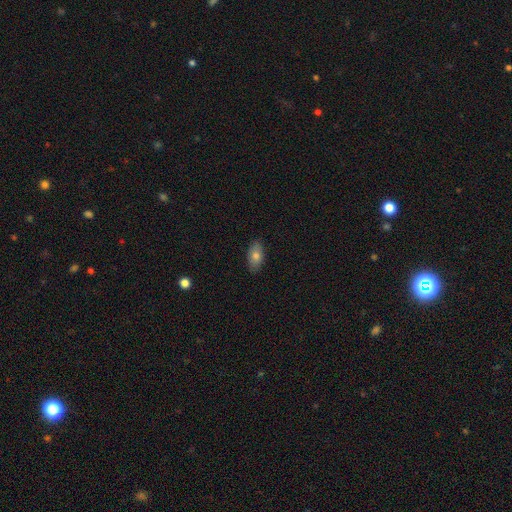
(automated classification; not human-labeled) This is likely a smooth galaxy (76%). How rounded: clearly in between (91%). Merging: clearly none (86%).